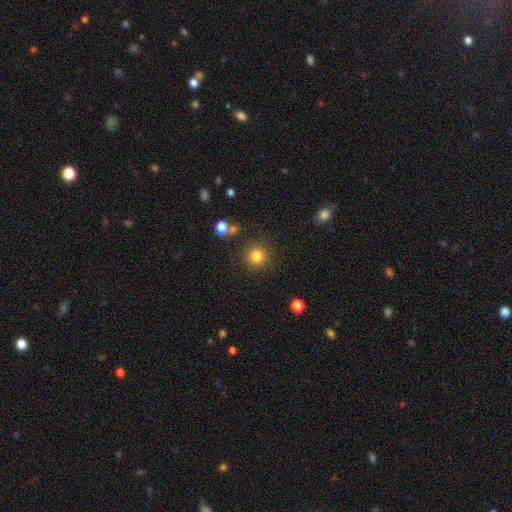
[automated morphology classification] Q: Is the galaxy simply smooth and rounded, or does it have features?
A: smooth — 83%.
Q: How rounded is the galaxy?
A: round — 93%.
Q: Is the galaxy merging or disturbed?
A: none — 86%.